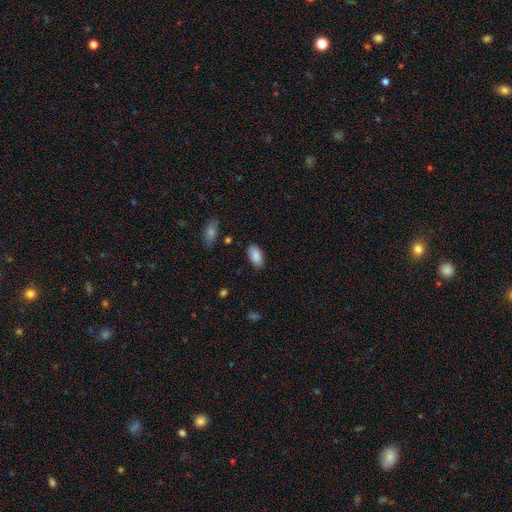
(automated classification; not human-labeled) smooth 88%, star or artifact 7%, featured or disk 5%. Down the decision tree: how rounded — in between (94%); merging — none (82%).